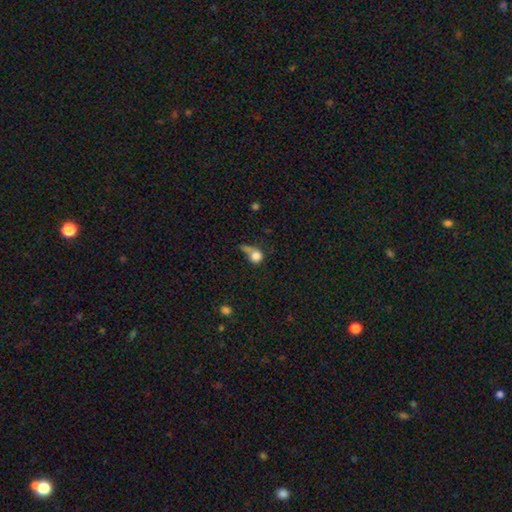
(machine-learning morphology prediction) Smooth or featured? Predicted: smooth (p=0.76). How rounded? Predicted: round (p=0.77). Merging? Predicted: none (p=0.30).